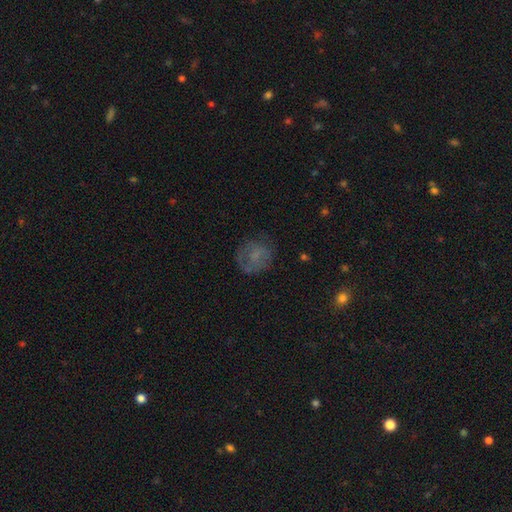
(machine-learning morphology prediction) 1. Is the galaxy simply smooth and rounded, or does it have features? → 55% smooth, 31% featured or disk, 14% star or artifact.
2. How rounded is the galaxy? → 76% round, 22% in between, 1% cigar-shaped.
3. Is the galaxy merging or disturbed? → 63% none, 21% minor disturbance, 15% major disturbance, 2% merger.